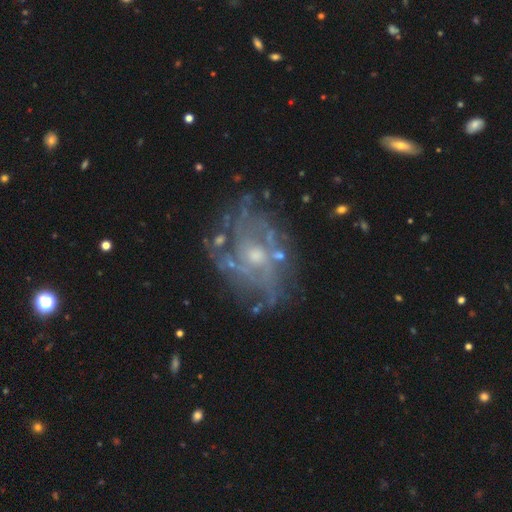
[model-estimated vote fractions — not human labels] smooth_or_featured: featured or disk (p=0.81) [alt: star or artifact p=0.10]
disk_edge_on: no (p=0.96) [alt: yes p=0.04]
bar: no (p=0.73) [alt: weak p=0.23]
has_spiral_arms: yes (p=0.78) [alt: no p=0.22]
spiral_winding: tight (p=0.43) [alt: medium p=0.36]
spiral_arm_count: can't tell (p=0.48) [alt: 4 p=0.12]
bulge_size: small (p=0.55) [alt: moderate p=0.39]
merging: none (p=0.68) [alt: minor disturbance p=0.17]